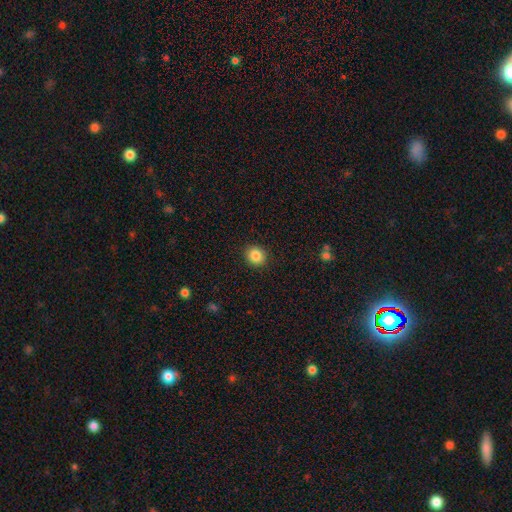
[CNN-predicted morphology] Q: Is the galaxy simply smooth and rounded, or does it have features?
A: smooth — 86%.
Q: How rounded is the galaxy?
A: round — 76%.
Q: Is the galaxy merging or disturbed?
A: none — 91%.